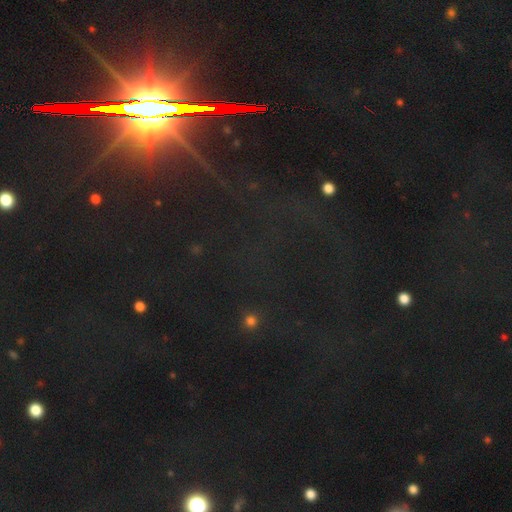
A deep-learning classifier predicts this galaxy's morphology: A star or artifact, not a galaxy (80%).